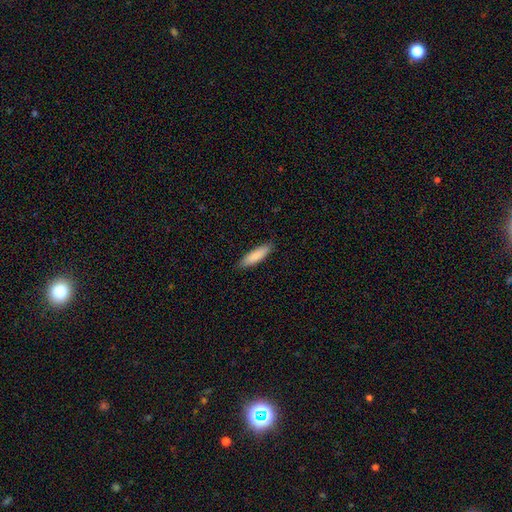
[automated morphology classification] Smooth or featured: smooth — 86% (featured or disk — 9%)
How rounded: cigar-shaped — 68% (in between — 30%)
Merging: none — 89% (minor disturbance — 8%)